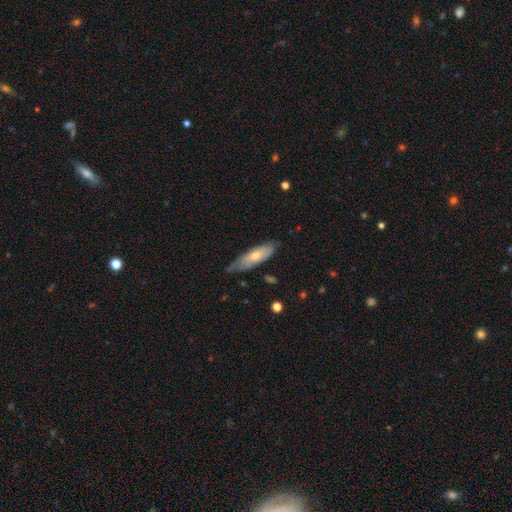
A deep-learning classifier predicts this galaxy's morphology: smooth_or_featured: smooth (p=0.59) [alt: featured or disk p=0.36]
how_rounded: in between (p=0.50) [alt: cigar-shaped p=0.48]
merging: none (p=0.57) [alt: minor disturbance p=0.34]